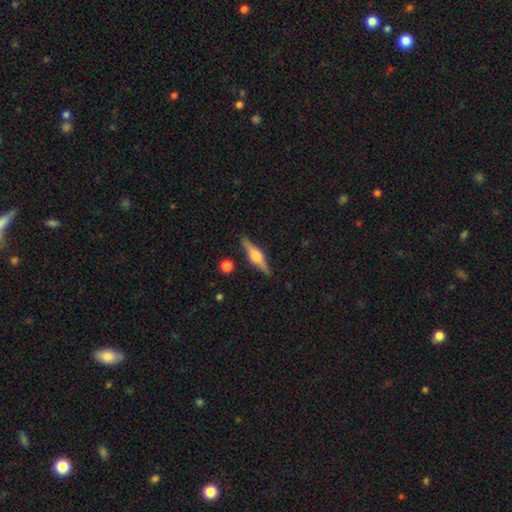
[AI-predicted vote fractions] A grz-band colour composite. It shows a featured or disk galaxy (70%) viewed edge-on (97%) with a rounded central bulge (86%). Merging: none (88%).